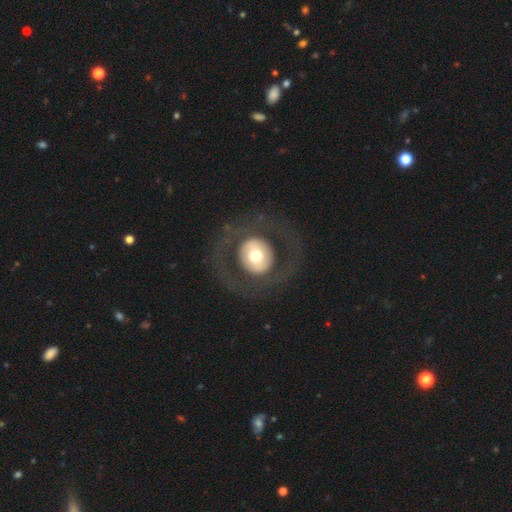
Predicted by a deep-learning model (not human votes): Smooth or featured? featured or disk (48%)
Merging? none (80%)